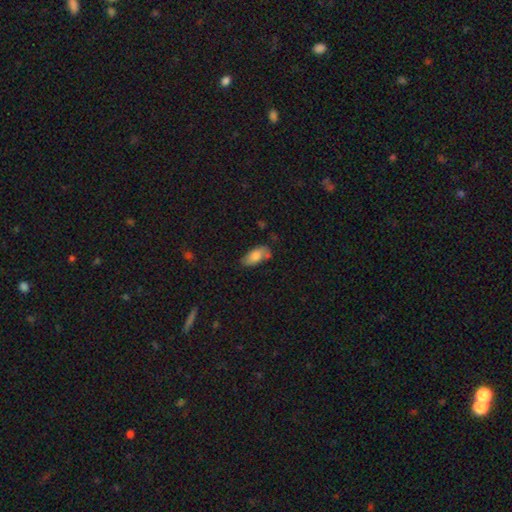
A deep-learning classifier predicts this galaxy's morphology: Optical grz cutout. It shows a smooth galaxy with no disk features (77%) that is in between round and cigar-shaped (92%). Merging: none (59%).